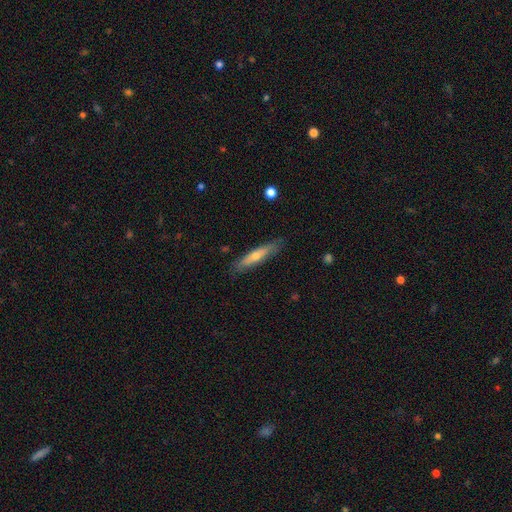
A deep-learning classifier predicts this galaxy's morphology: type=smooth (49%); merging=none (84%).